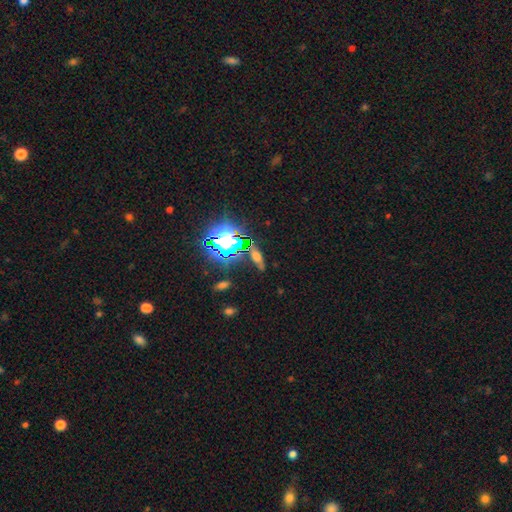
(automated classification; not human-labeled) Smooth or featured? star or artifact (41%)